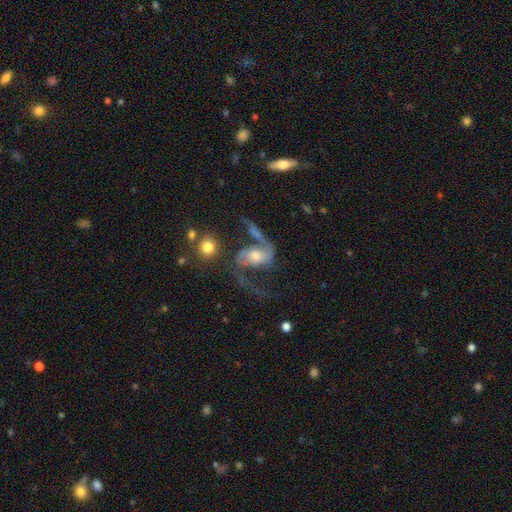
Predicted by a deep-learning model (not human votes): featured or disk 83%, smooth 10%, star or artifact 7%. Down the decision tree: edge-on disk — no (96%); bar — no (52%); spiral arms — yes (92%); spiral arm count — 2 (87%); spiral winding — loose (63%); bulge size — moderate (59%); merging — none (37%).